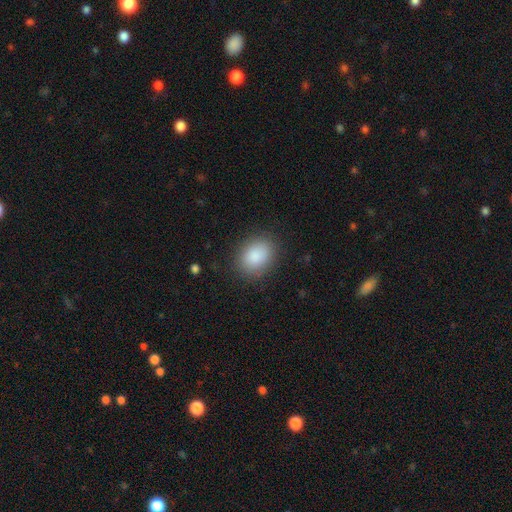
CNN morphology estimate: This is clearly a smooth galaxy (87%). How rounded: likely in between (60%). Merging: clearly none (85%).